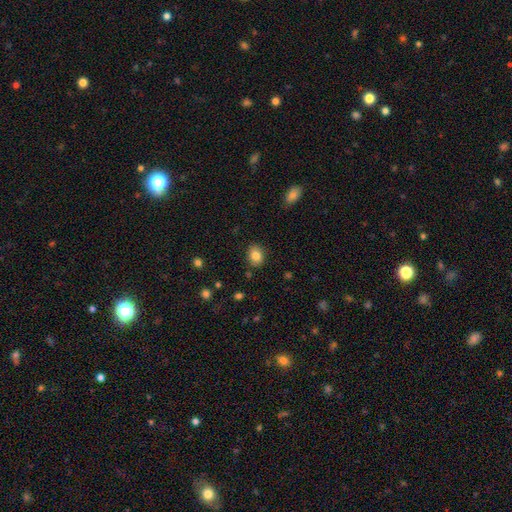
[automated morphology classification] A smooth galaxy with no disk features (83%) that is in between round and cigar-shaped (50%).

Vote fractions:
- Smooth or featured? smooth: 83% / star or artifact: 9% / featured or disk: 8%
- How rounded? in between: 50% / round: 49% / cigar-shaped: 1%
- Merging? none: 87% / minor disturbance: 10% / major disturbance: 2% / merger: 2%